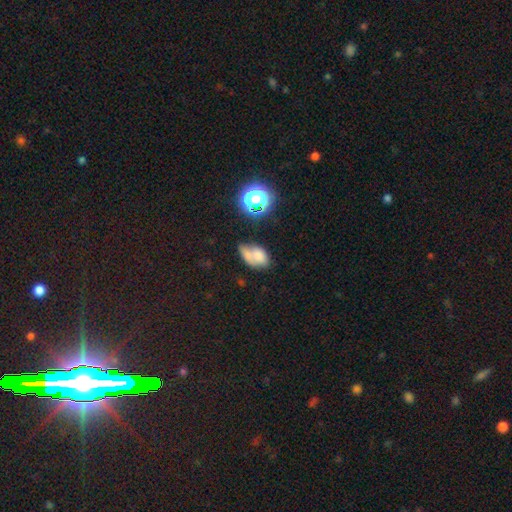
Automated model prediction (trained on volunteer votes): Smooth or featured?
  - smooth: 67% *
  - featured or disk: 18%
  - star or artifact: 15%
How rounded?
  - in between: 79% *
  - round: 18%
  - cigar-shaped: 3%
Merging?
  - merger: 35% *
  - none: 29%
  - minor disturbance: 22%
  - major disturbance: 15%